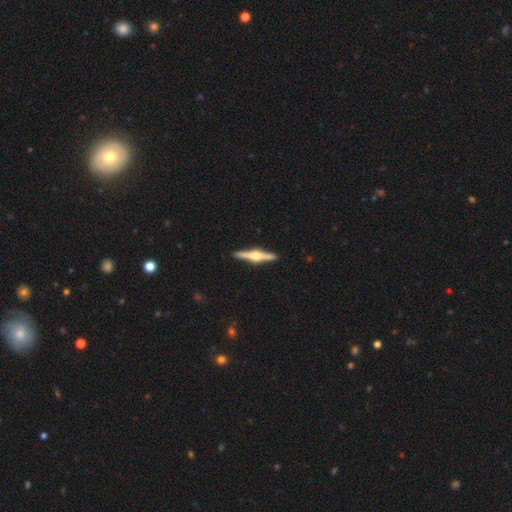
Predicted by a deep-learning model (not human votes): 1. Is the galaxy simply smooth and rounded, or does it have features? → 81% featured or disk, 15% smooth, 4% star or artifact.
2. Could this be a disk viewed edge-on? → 98% yes, 2% no.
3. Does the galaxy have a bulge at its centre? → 94% rounded, 4% boxy, 2% none.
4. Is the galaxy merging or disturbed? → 92% none, 6% minor disturbance, 1% major disturbance, 1% merger.